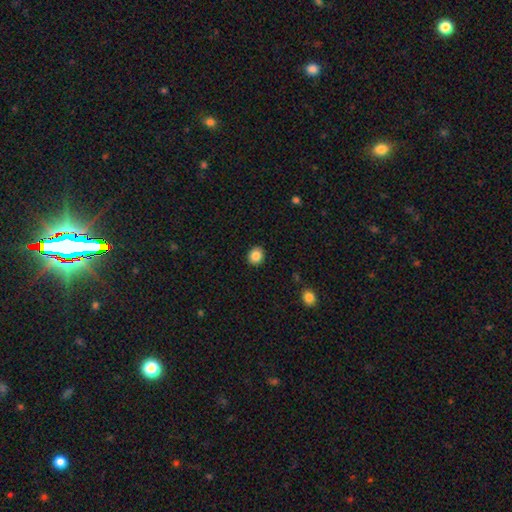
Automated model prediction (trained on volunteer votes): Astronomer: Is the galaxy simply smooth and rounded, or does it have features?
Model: smooth — 85%.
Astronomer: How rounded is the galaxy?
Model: round — 79%.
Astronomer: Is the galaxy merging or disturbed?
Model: none — 91%.